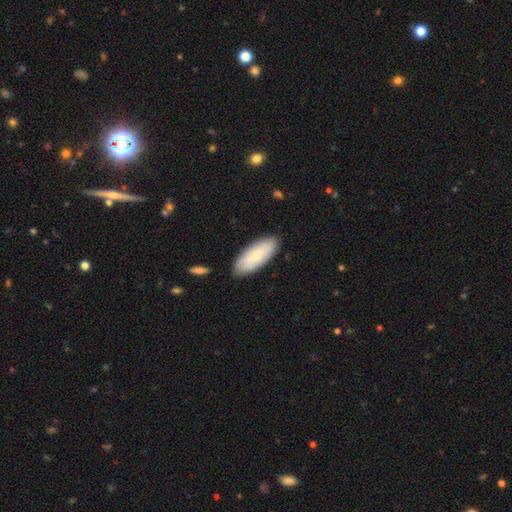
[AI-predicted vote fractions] Smooth or featured? Predicted: smooth (p=0.84). How rounded? Predicted: in between (p=0.79). Merging? Predicted: none (p=0.88).